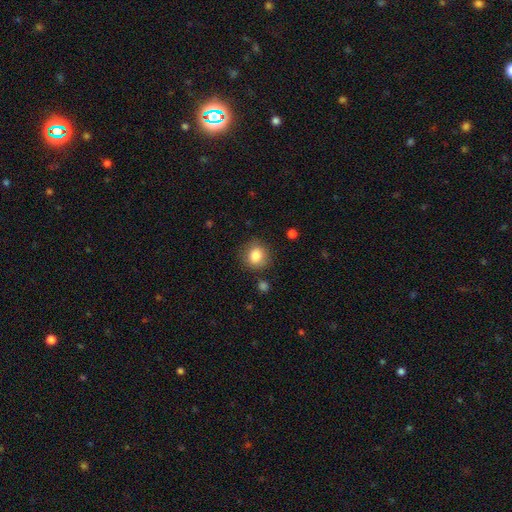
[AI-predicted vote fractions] Q: Smooth or featured?
A: smooth (84%); runner-up: star or artifact (10%)
Q: How rounded?
A: round (82%); runner-up: in between (17%)
Q: Merging?
A: none (82%); runner-up: minor disturbance (12%)